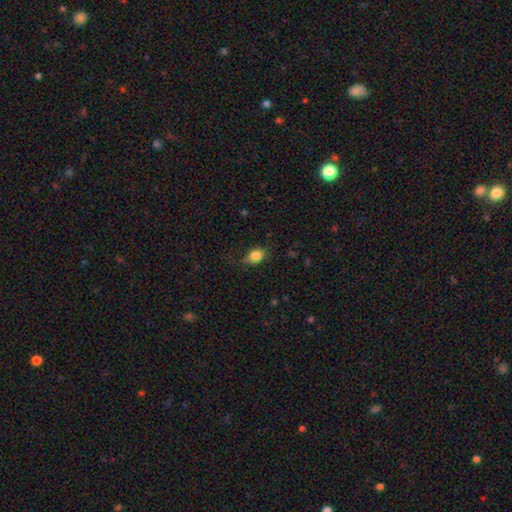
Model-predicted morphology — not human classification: smooth-or-featured: smooth: 83% | star or artifact: 9% | featured or disk: 8%
  how-rounded: in between: 59% | round: 39% | cigar-shaped: 2%
  merging: none: 65% | minor disturbance: 26% | major disturbance: 8% | merger: 1%